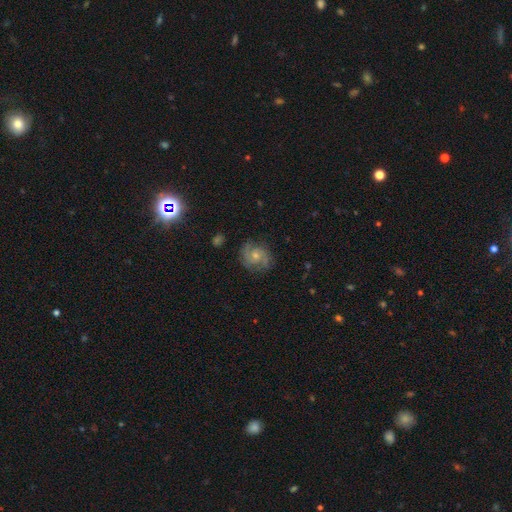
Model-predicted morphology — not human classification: smooth-or-featured: featured or disk: 75% | smooth: 17% | star or artifact: 7%
  disk-edge-on: no: 98% | yes: 2%
    bar: no: 73% | weak: 24% | strong: 4%
    has-spiral-arms: yes: 94% | no: 6%
      spiral-winding: medium: 45% | tight: 40% | loose: 15%
      spiral-arm-count: 2: 54% | 3: 19% | can't tell: 15% | 4: 4% | 1: 4% | more than 4: 4%
    bulge-size: small: 58% | moderate: 37% | none: 3% | large: 2% | dominant: 1%
  merging: none: 75% | minor disturbance: 17% | major disturbance: 6% | merger: 1%